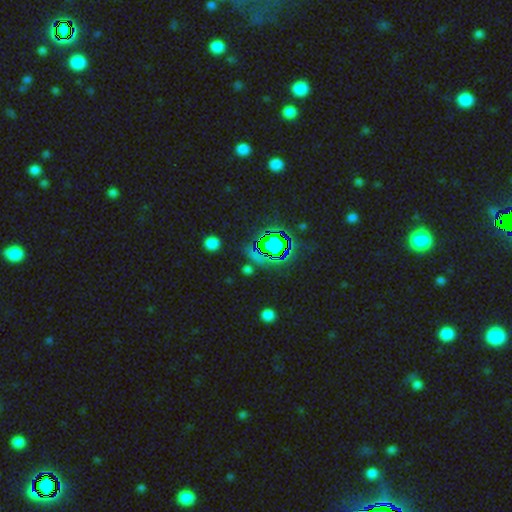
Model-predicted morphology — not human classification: Smooth or featured?
  - star or artifact: 63% *
  - smooth: 25%
  - featured or disk: 11%